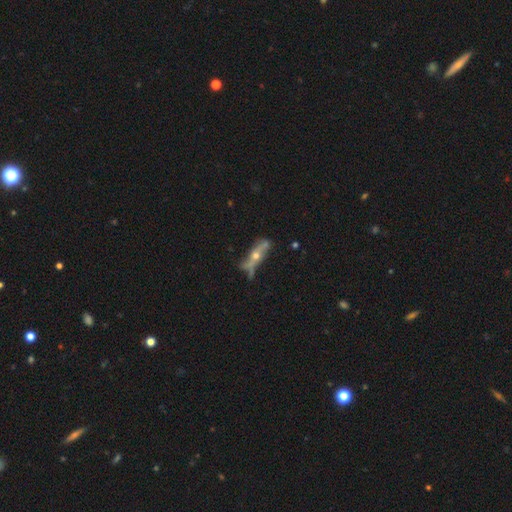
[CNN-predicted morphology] Smooth or featured? featured or disk (67%)
Edge-on disk? yes (67%)
Merging? none (49%)